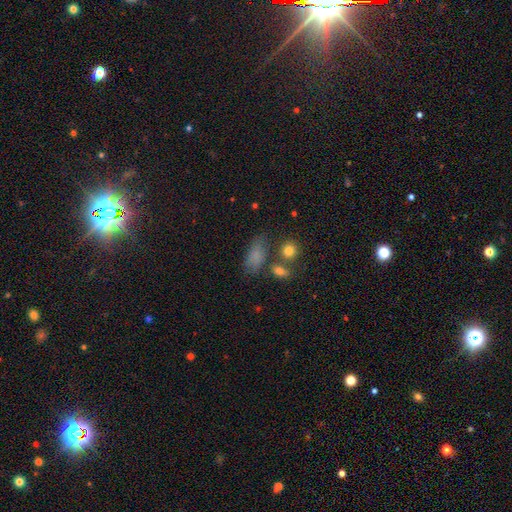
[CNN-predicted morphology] smooth 78%, star or artifact 11%, featured or disk 11%. Down the decision tree: how rounded — in between (86%); merging — none (55%).